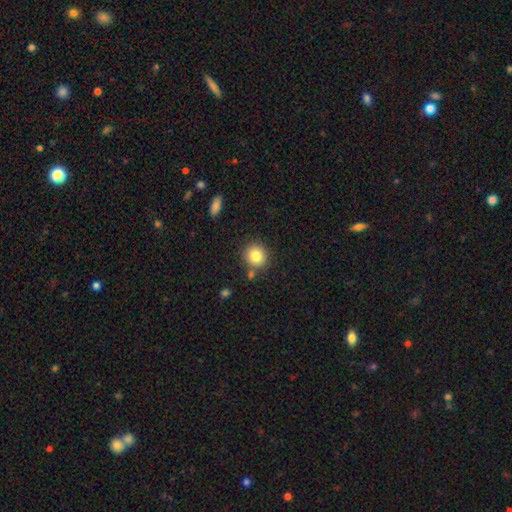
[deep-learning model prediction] Smooth or featured?
  - smooth: 82% *
  - star or artifact: 10%
  - featured or disk: 8%
How rounded?
  - round: 90% *
  - in between: 9%
  - cigar-shaped: 1%
Merging?
  - none: 81% *
  - minor disturbance: 9%
  - merger: 8%
  - major disturbance: 3%